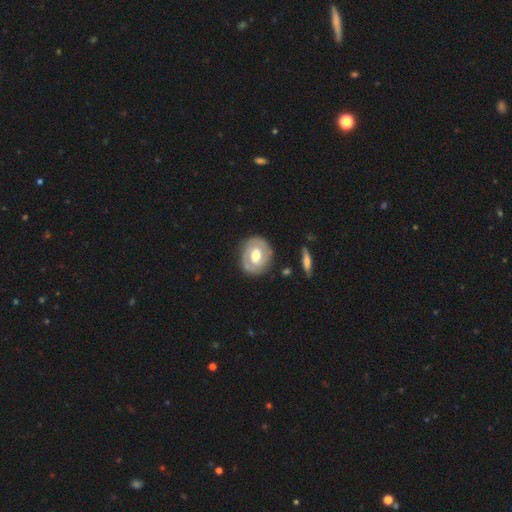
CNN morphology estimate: A featured or disk galaxy (63%) with no bar (50%), spiral arms (57%) and a moderate central bulge (70%).

Vote fractions:
- Smooth or featured? featured or disk: 63% / smooth: 32% / star or artifact: 5%
- Edge-on disk? no: 95% / yes: 5%
- Bar? no: 50% / weak: 37% / strong: 13%
- Spiral arms? yes: 57% / no: 43%
- Bulge size? moderate: 70% / large: 20% / small: 8% / dominant: 1% / none: 1%
- Merging? none: 78% / minor disturbance: 15% / major disturbance: 5% / merger: 2%